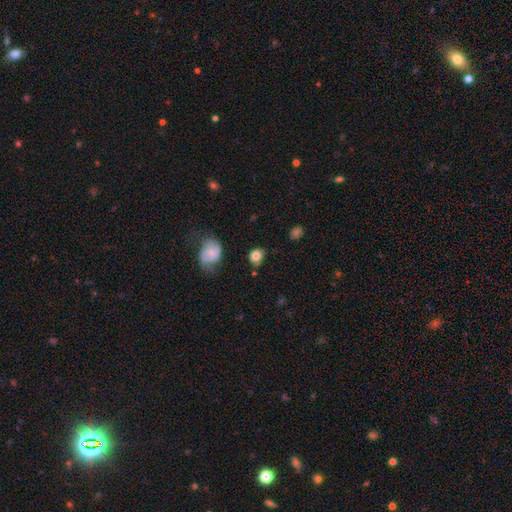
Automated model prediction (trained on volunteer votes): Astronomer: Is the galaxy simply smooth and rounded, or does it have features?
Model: smooth — 79%.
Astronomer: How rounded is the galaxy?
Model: round — 61% (runner-up: in between, 37%).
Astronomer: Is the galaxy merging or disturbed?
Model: none — 69%.